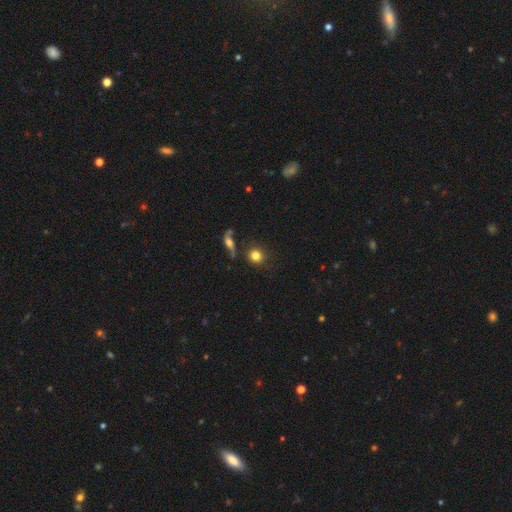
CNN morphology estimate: Smooth or featured?
  - smooth: 81% *
  - star or artifact: 10%
  - featured or disk: 9%
How rounded?
  - round: 89% *
  - in between: 10%
  - cigar-shaped: 1%
Merging?
  - none: 76% *
  - minor disturbance: 11%
  - merger: 9%
  - major disturbance: 5%